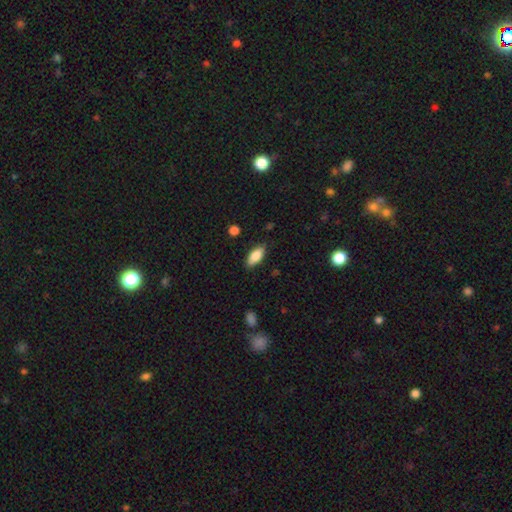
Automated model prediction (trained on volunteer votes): Q: Smooth or featured?
A: smooth (82%); runner-up: featured or disk (11%)
Q: How rounded?
A: in between (82%); runner-up: cigar-shaped (15%)
Q: Merging?
A: none (83%); runner-up: minor disturbance (13%)